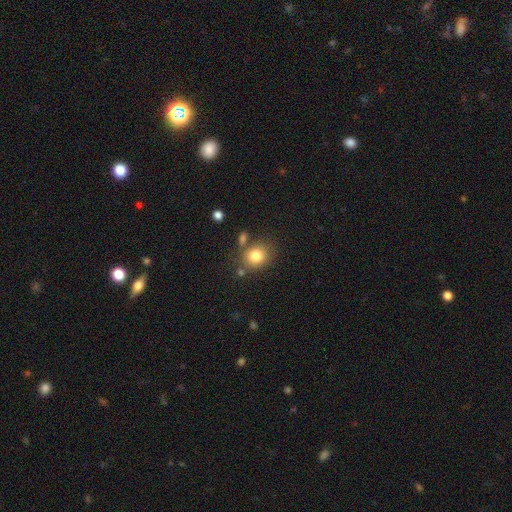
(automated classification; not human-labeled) Smooth or featured? smooth (81%)
How rounded? round (64%)
Merging? none (71%)